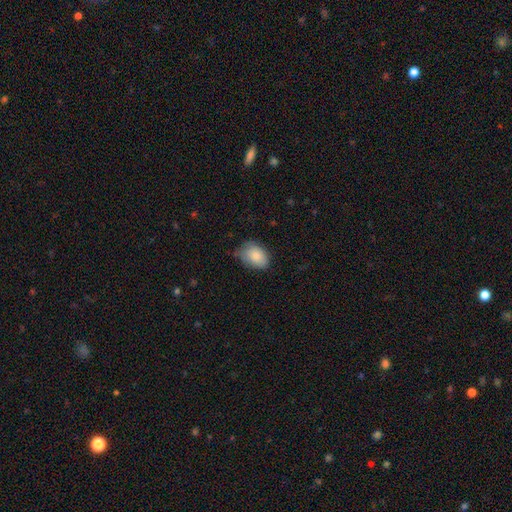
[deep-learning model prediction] The model was most divided on "merging": none: 58%, minor disturbance: 33%, major disturbance: 7%, merger: 2%. More confident: smooth or featured — smooth (84%); how rounded — in between (81%).